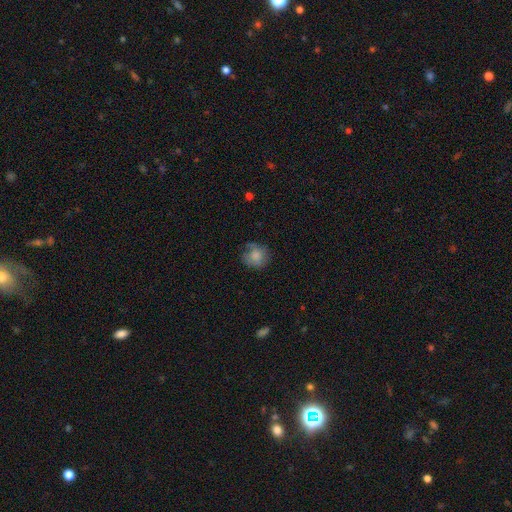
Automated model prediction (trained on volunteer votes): Smooth or featured?
  - smooth: 75% *
  - featured or disk: 16%
  - star or artifact: 9%
How rounded?
  - round: 79% *
  - in between: 20%
  - cigar-shaped: 1%
Merging?
  - none: 63% *
  - minor disturbance: 24%
  - major disturbance: 11%
  - merger: 2%